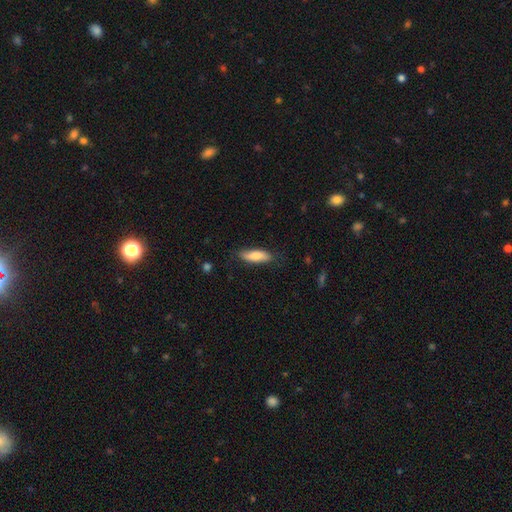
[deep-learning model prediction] Q: Smooth or featured?
A: smooth (81%); runner-up: featured or disk (13%)
Q: How rounded?
A: in between (55%); runner-up: cigar-shaped (43%)
Q: Merging?
A: none (79%); runner-up: minor disturbance (16%)